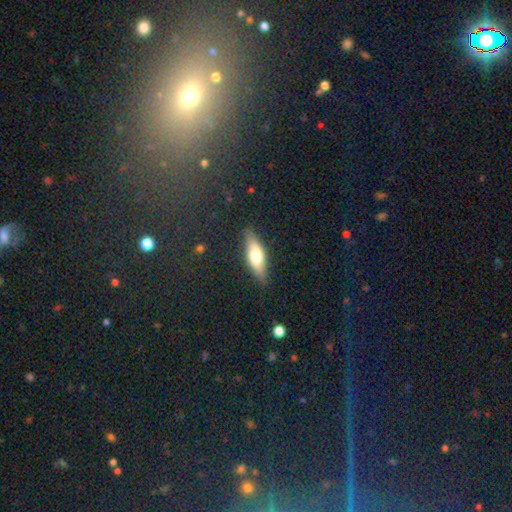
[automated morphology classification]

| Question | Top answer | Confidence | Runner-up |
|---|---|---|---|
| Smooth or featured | smooth | 56% | featured or disk (37%) |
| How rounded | in between | 51% | cigar-shaped (46%) |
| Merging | none | 82% | minor disturbance (14%) |